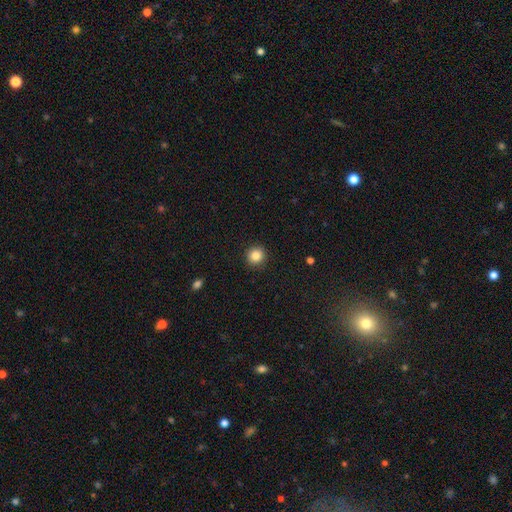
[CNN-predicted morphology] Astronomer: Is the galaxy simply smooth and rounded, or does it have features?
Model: smooth — 85%.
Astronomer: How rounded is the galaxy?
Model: round — 94%.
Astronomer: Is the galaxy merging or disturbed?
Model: none — 92%.